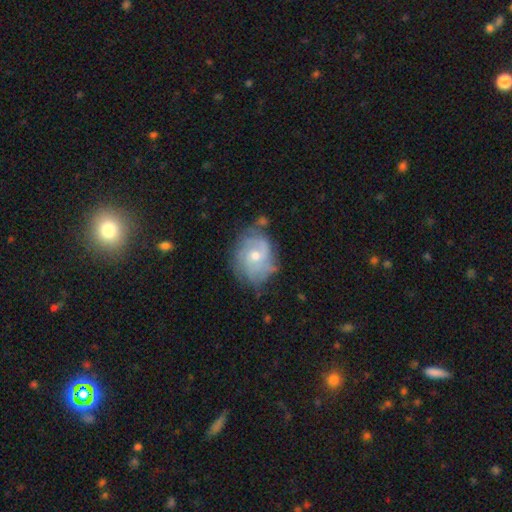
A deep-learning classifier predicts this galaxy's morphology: Smooth or featured? Predicted: featured or disk (p=0.71). Edge-on disk? Predicted: no (p=0.97). Bar? Predicted: no (p=0.73). Spiral arms? Predicted: yes (p=0.84). Spiral winding? Predicted: tight (p=0.52). Spiral arm count? Predicted: can't tell (p=0.40). Bulge size? Predicted: moderate (p=0.61). Merging? Predicted: none (p=0.61).